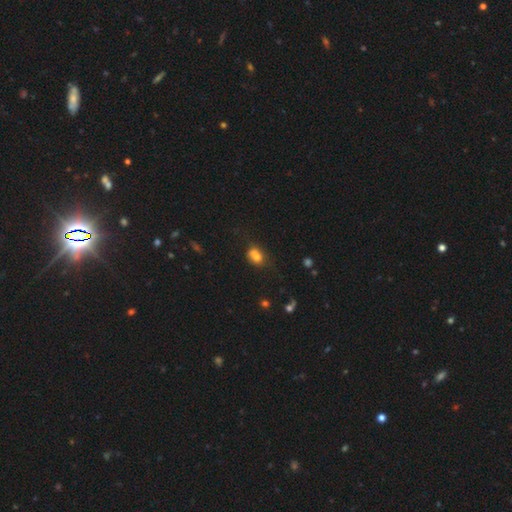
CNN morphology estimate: This appears to be a smooth galaxy with no disk features (77%) that is in between round and cigar-shaped (73%). Merging: none (46%).